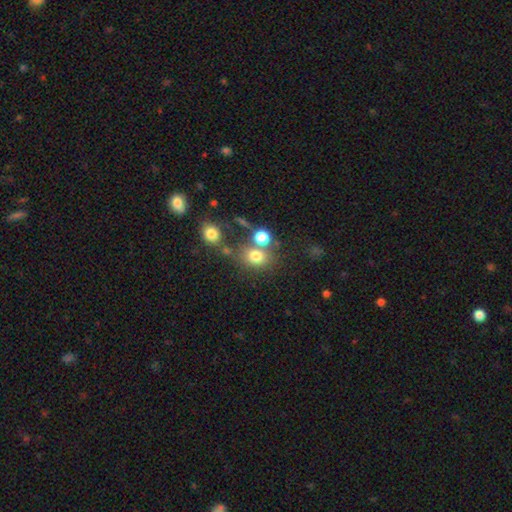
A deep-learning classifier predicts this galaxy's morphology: smooth-or-featured: smooth: 74% | star or artifact: 16% | featured or disk: 10%
  how-rounded: round: 67% | in between: 32% | cigar-shaped: 1%
  merging: none: 56% | merger: 26% | minor disturbance: 11% | major disturbance: 6%